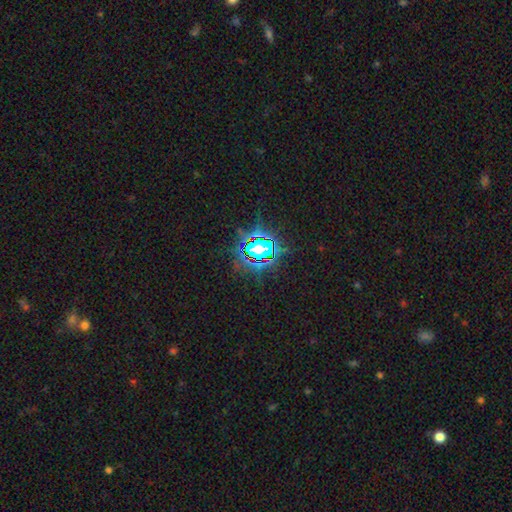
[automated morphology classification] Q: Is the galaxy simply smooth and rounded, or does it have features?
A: star or artifact — 73%.